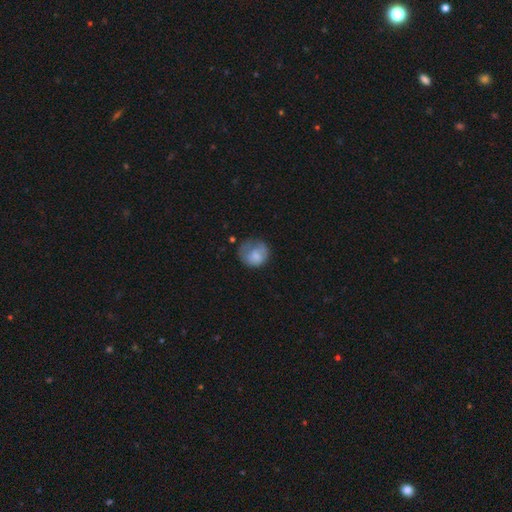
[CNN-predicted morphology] Smooth or featured: smooth — 69% (featured or disk — 23%)
How rounded: round — 73% (in between — 26%)
Merging: none — 40% (minor disturbance — 31%)